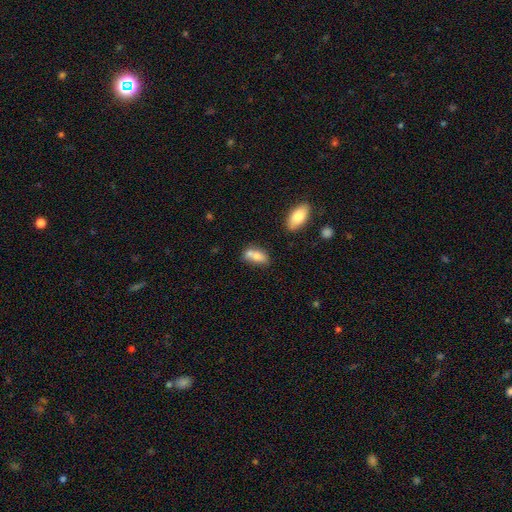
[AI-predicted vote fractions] Smooth or featured: smooth — 72% (featured or disk — 20%)
How rounded: in between — 83% (round — 10%)
Merging: merger — 47% (none — 34%)